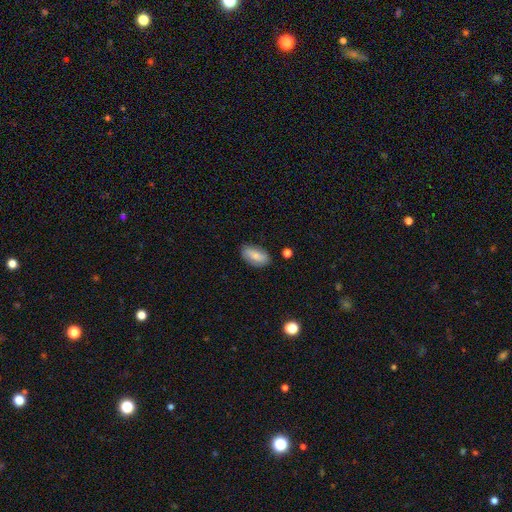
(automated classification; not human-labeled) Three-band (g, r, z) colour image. It shows a smooth galaxy with no disk features (74%) that is in between round and cigar-shaped (91%). Merging: none (80%).